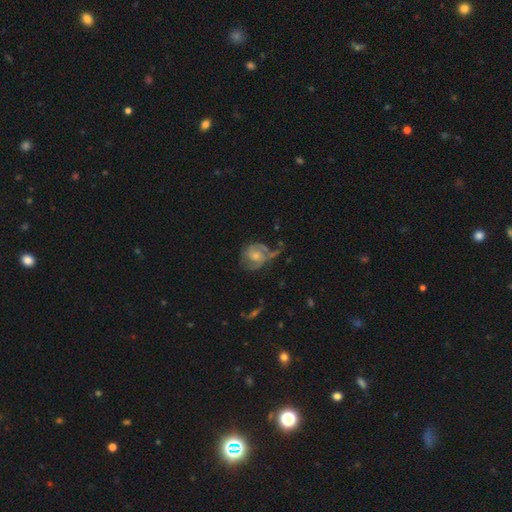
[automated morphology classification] The model was most divided on "spiral winding": tight: 44%, medium: 40%, loose: 16%. Remaining: edge-on disk — no (98%); spiral arms — yes (88%); smooth or featured — featured or disk (72%); bar — no (66%); spiral arm count — 2 (63%); bulge size — moderate (50%); merging — none (44%).